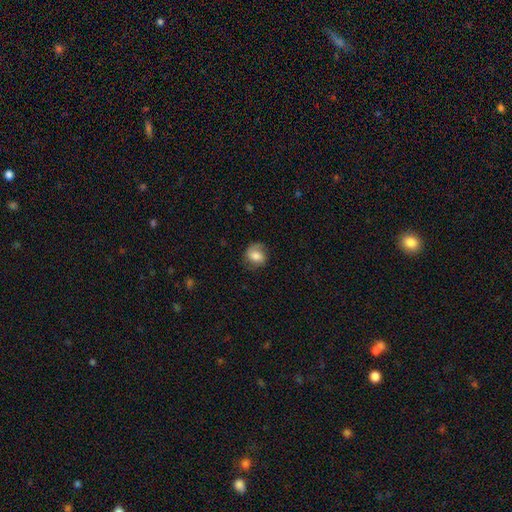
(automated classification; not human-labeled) smooth_or_featured: smooth (p=0.63) [alt: featured or disk p=0.28]
how_rounded: round (p=0.58) [alt: in between p=0.41]
merging: none (p=0.67) [alt: minor disturbance p=0.23]